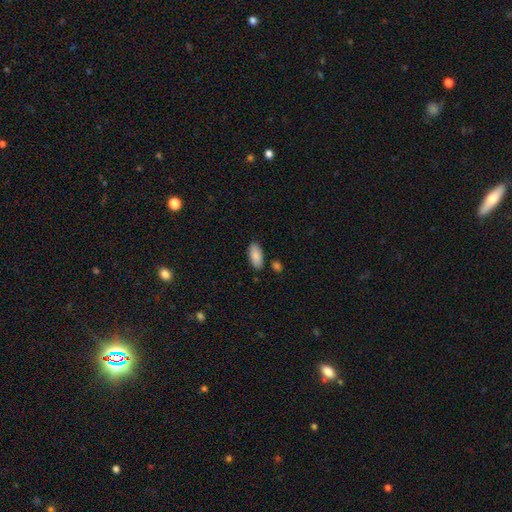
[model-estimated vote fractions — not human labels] Smooth or featured: smooth — 87% (featured or disk — 7%)
How rounded: in between — 90% (cigar-shaped — 8%)
Merging: none — 84% (minor disturbance — 10%)